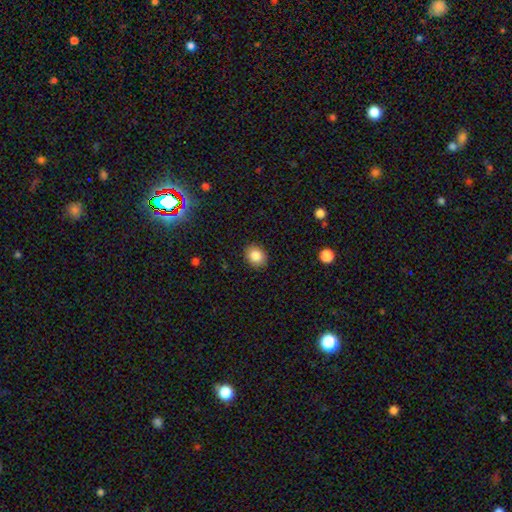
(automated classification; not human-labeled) smooth 85%, star or artifact 9%, featured or disk 5%. Down the decision tree: how rounded — round (58%); merging — none (89%).